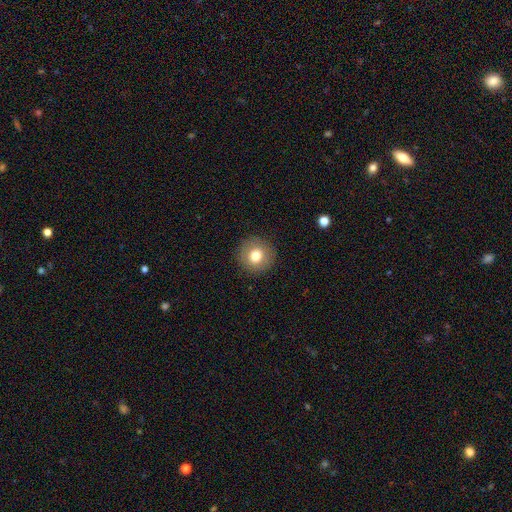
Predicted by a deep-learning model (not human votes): smooth 77%, featured or disk 13%, star or artifact 10%. Down the decision tree: how rounded — round (95%); merging — none (91%).